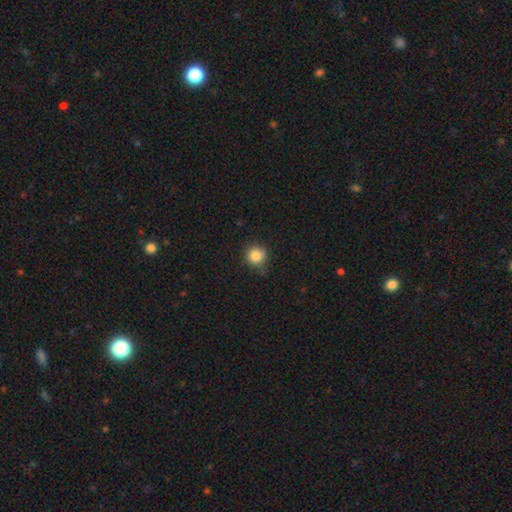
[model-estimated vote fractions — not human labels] This appears to be a smooth galaxy with no disk features (85%) that is round (91%). Merging: none (76%).